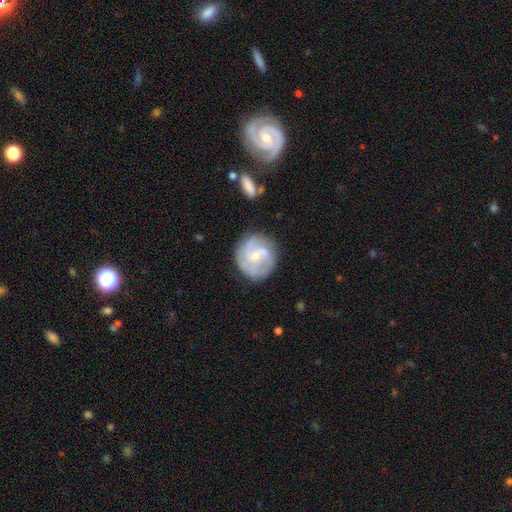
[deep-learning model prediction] The model was most divided on "spiral winding": tight: 45%, medium: 40%, loose: 15%. Remaining: edge-on disk — no (98%); spiral arms — yes (89%); smooth or featured — featured or disk (74%); merging — none (71%); bar — no (64%); bulge size — small (63%); spiral arm count — 3 (34%).